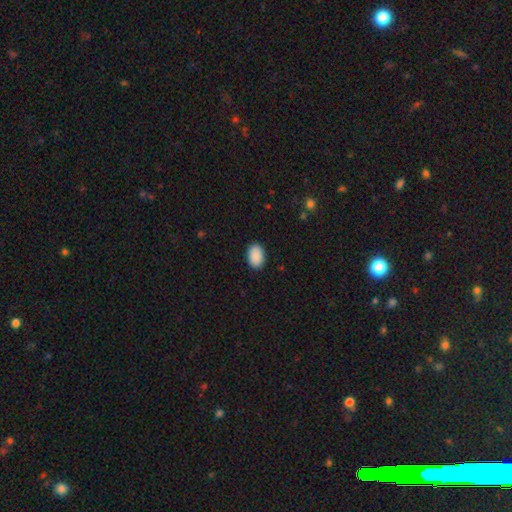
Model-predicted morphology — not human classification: This is clearly a smooth galaxy (91%). How rounded: clearly in between (87%). Merging: clearly none (90%).